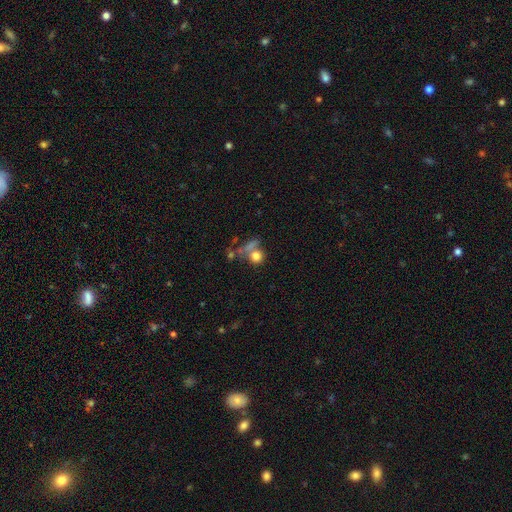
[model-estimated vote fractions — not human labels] This appears to be a smooth galaxy with no disk features (74%) that is round (83%). Merging: none (43%).